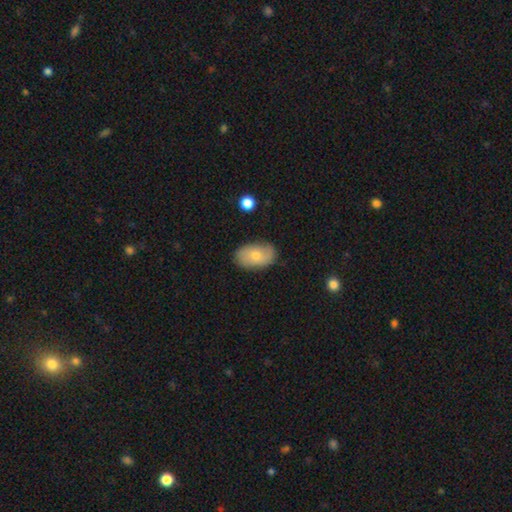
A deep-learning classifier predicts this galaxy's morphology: smooth_or_featured: smooth (p=0.66) [alt: featured or disk p=0.27]
how_rounded: in between (p=0.92) [alt: round p=0.07]
merging: none (p=0.80) [alt: minor disturbance p=0.15]